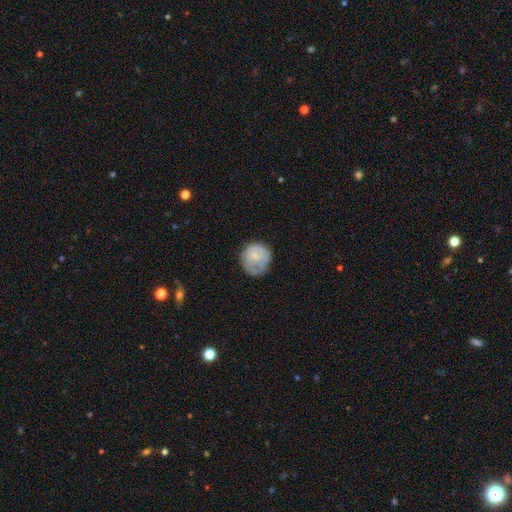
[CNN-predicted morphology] This appears to be a smooth galaxy with no disk features (65%) that is round (86%). Merging: none (64%).